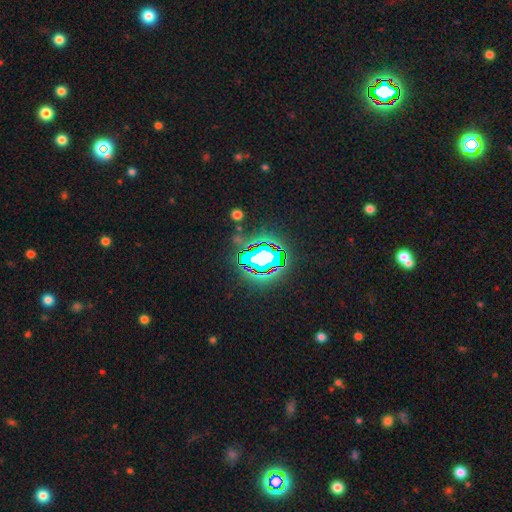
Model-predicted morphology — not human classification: A star or artifact, not a galaxy (82%).

Vote fractions:
- Smooth or featured? star or artifact: 82% / smooth: 10% / featured or disk: 7%